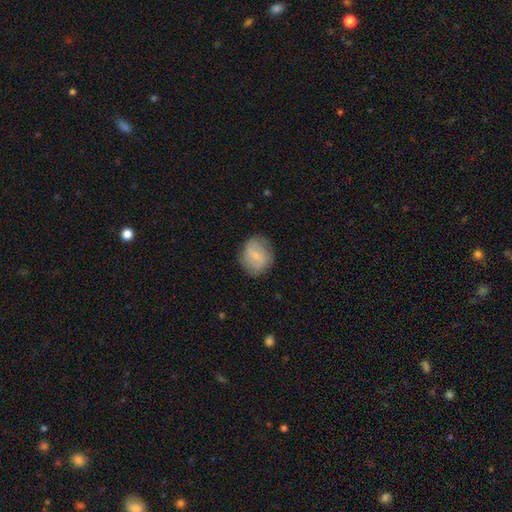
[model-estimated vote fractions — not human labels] A smooth galaxy with no disk features (57%) that is round (68%).

Vote fractions:
- Smooth or featured? smooth: 57% / featured or disk: 36% / star or artifact: 7%
- How rounded? round: 68% / in between: 31% / cigar-shaped: 1%
- Merging? none: 79% / minor disturbance: 15% / major disturbance: 5% / merger: 1%